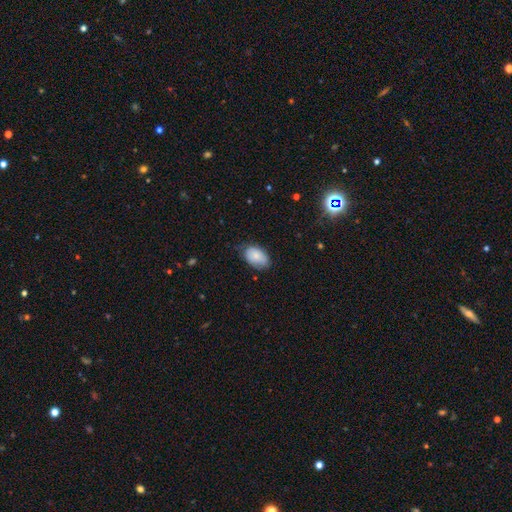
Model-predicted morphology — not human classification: The model was most divided on "merging": none: 63%, minor disturbance: 30%, major disturbance: 6%, merger: 1%. More confident: how rounded — in between (90%); smooth or featured — smooth (81%).